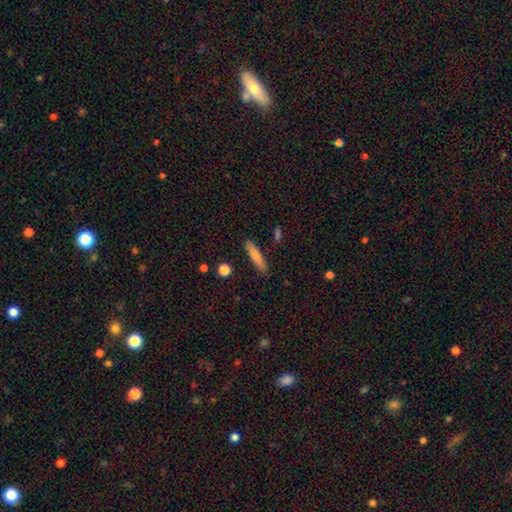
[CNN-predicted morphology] A smooth galaxy with no disk features (77%) that is cigar-shaped (85%).

Vote fractions:
- Smooth or featured? smooth: 77% / featured or disk: 16% / star or artifact: 7%
- How rounded? cigar-shaped: 85% / in between: 14% / round: 2%
- Merging? none: 86% / minor disturbance: 10% / merger: 2% / major disturbance: 2%